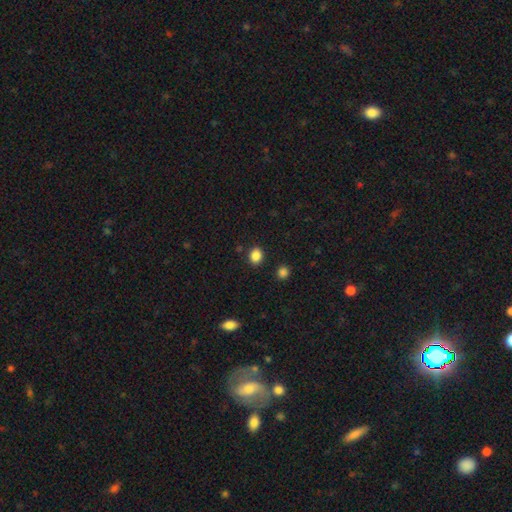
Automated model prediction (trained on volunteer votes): This appears to be a smooth galaxy with no disk features (86%) that is round (54%). Merging: none (87%).